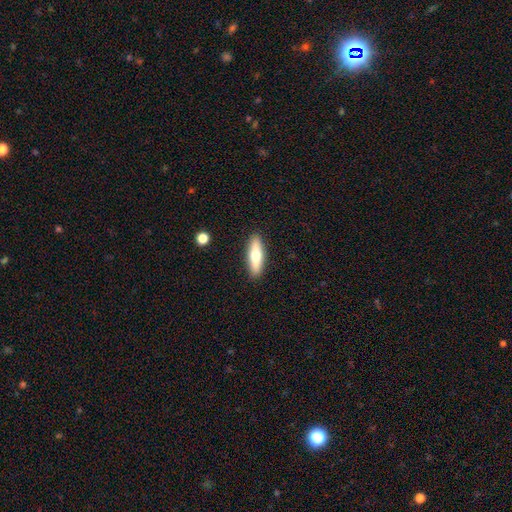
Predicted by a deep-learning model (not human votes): smooth_or_featured: smooth (p=0.61) [alt: featured or disk p=0.33]
how_rounded: cigar-shaped (p=0.63) [alt: in between p=0.35]
merging: none (p=0.90) [alt: minor disturbance p=0.07]